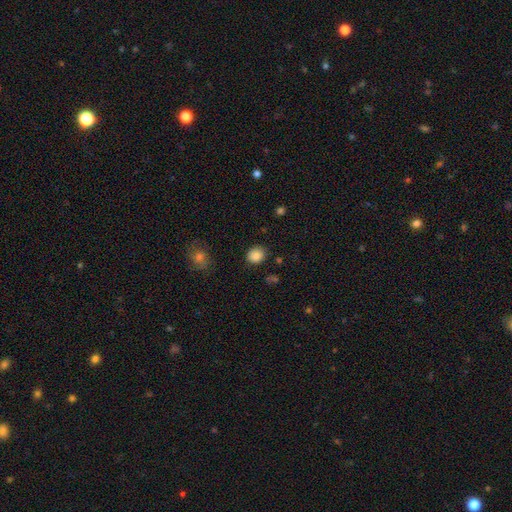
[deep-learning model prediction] Morphology: type=smooth (86%); roundness=round (71%); merging=none (83%).